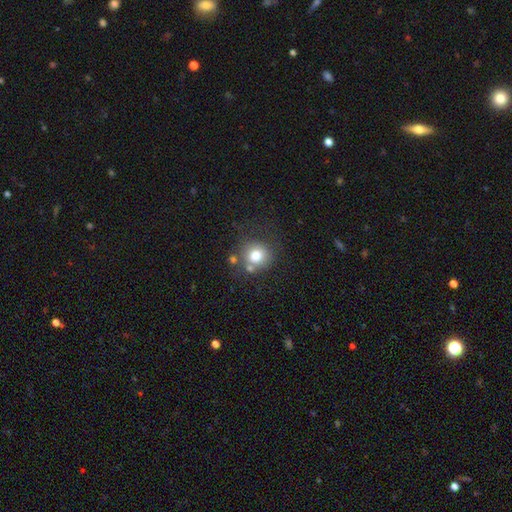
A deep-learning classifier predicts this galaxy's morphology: The model was most divided on "merging": none: 65%, merger: 14%, minor disturbance: 14%, major disturbance: 6%. More confident: how rounded — round (86%); smooth or featured — smooth (77%).